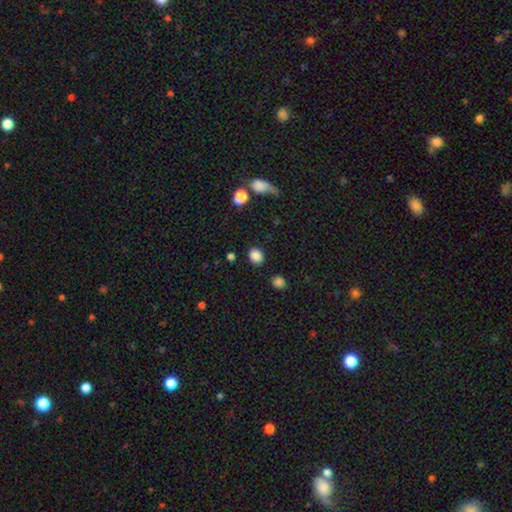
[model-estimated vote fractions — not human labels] A smooth galaxy with no disk features (86%) that is round (63%). Merging: none (85%).